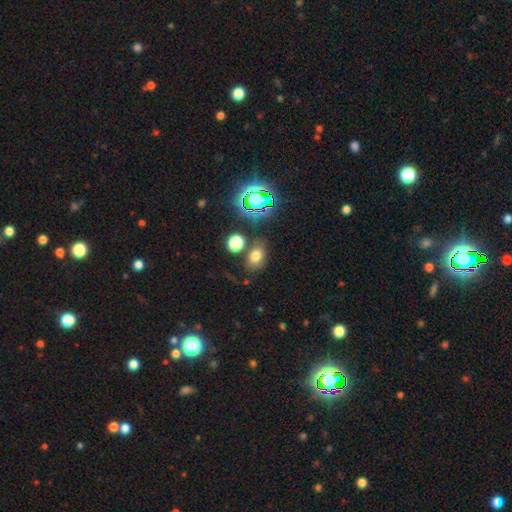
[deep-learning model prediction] Q: Smooth or featured?
A: smooth (70%); runner-up: star or artifact (20%)
Q: How rounded?
A: in between (72%); runner-up: round (27%)
Q: Merging?
A: none (73%); runner-up: minor disturbance (13%)